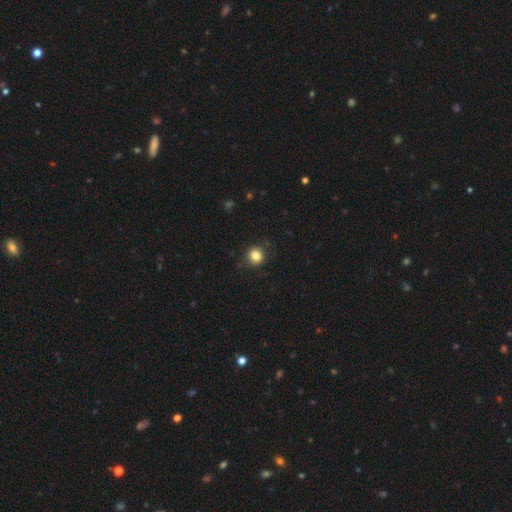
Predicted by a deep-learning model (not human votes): Overall: smooth (83%). How rounded: round (86%). Merging: none (86%).